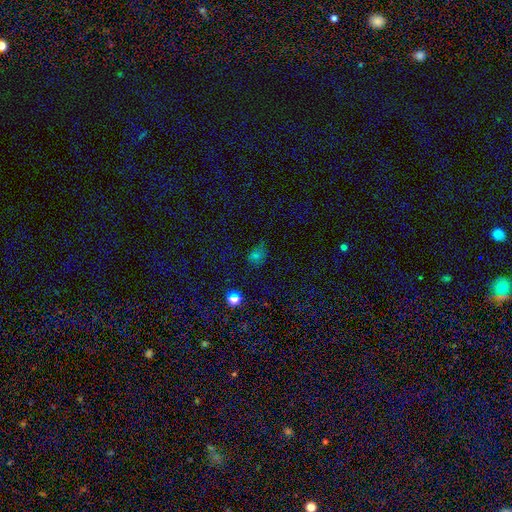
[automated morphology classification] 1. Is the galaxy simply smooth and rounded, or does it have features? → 57% smooth, 33% star or artifact, 11% featured or disk.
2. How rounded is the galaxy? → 50% in between, 48% round, 2% cigar-shaped.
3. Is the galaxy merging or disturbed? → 58% none, 25% minor disturbance, 13% major disturbance, 4% merger.